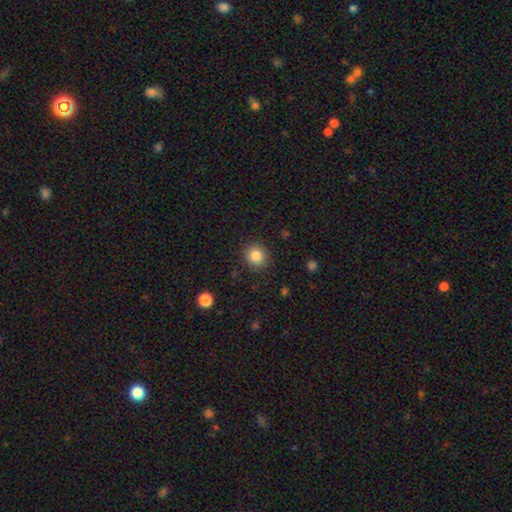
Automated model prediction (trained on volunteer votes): This is clearly a smooth galaxy (85%). How rounded: clearly round (87%). Merging: clearly none (89%).